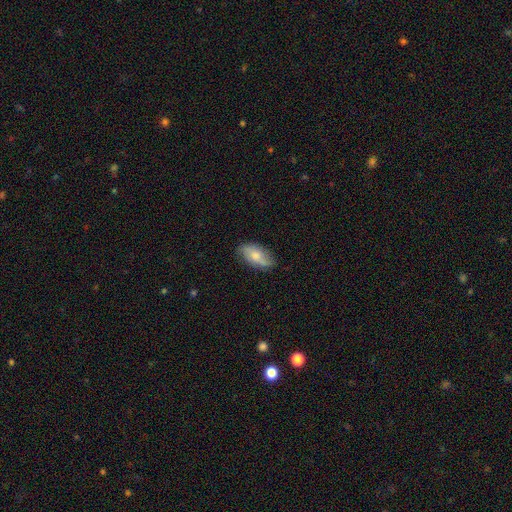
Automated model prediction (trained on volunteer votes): Overall: smooth (59%; featured or disk 34%). How rounded: in between (90%). Merging: none (73%).